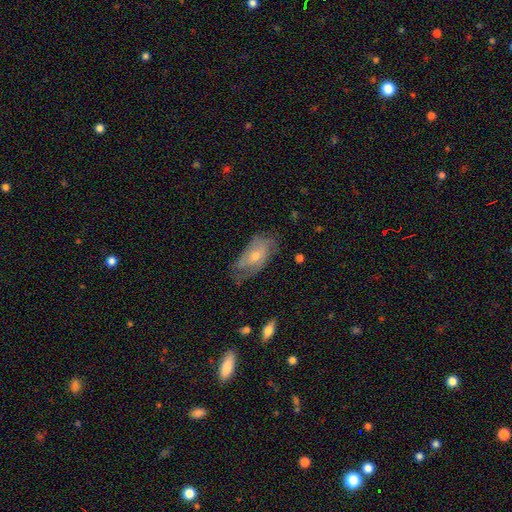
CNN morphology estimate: Smooth or featured: featured or disk — 51% (smooth — 41%)
Edge-on disk: no — 88% (yes — 12%)
Merging: none — 54% (minor disturbance — 31%)